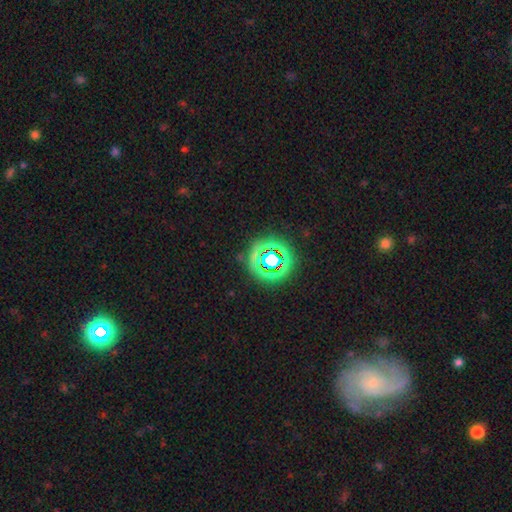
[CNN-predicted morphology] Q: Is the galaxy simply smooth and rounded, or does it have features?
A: star or artifact — 71%.